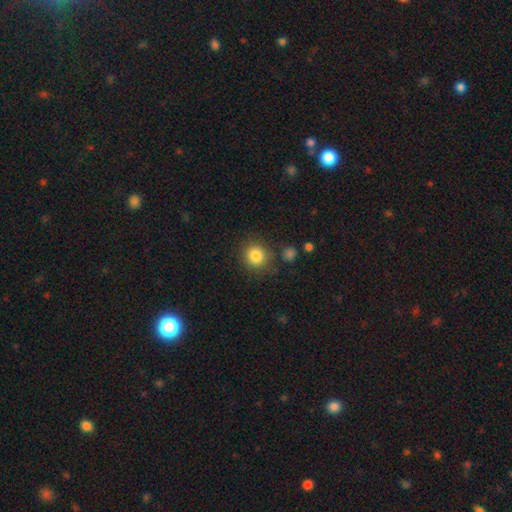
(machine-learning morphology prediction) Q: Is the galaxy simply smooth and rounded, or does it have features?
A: smooth — 84%.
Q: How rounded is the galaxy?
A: round — 89%.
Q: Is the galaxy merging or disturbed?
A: none — 81%.